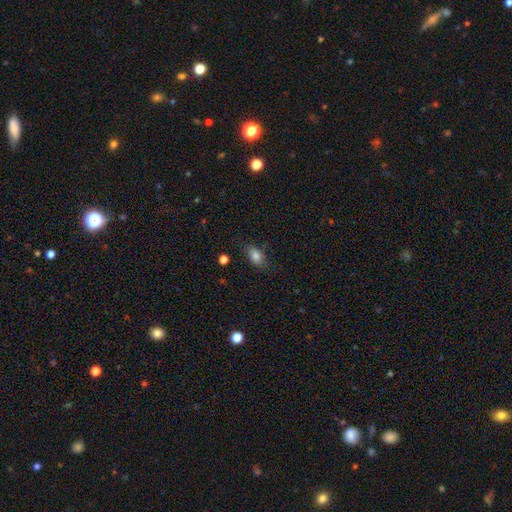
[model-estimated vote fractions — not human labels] This is clearly a smooth galaxy (82%). How rounded: clearly in between (87%). Merging: likely none (77%).